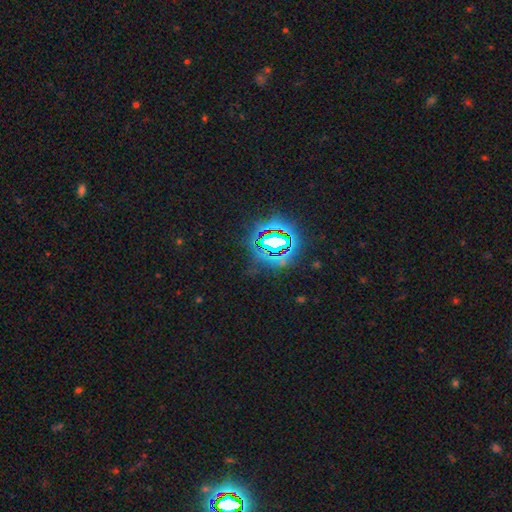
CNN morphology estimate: This is clearly a star or artifact rather than a galaxy (83%).